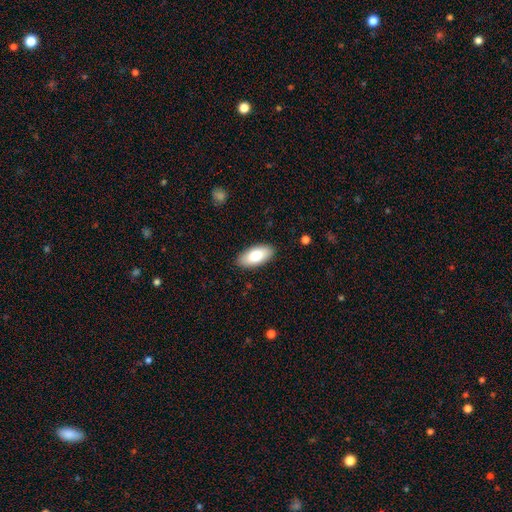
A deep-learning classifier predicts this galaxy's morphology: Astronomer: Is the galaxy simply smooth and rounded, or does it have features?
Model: smooth — 78%.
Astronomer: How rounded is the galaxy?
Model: in between — 92%.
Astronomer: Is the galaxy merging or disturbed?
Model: none — 89%.